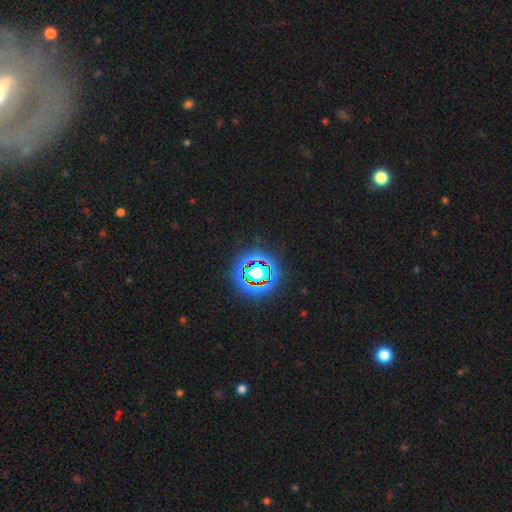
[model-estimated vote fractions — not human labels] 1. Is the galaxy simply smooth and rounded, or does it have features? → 71% star or artifact, 16% smooth, 13% featured or disk.